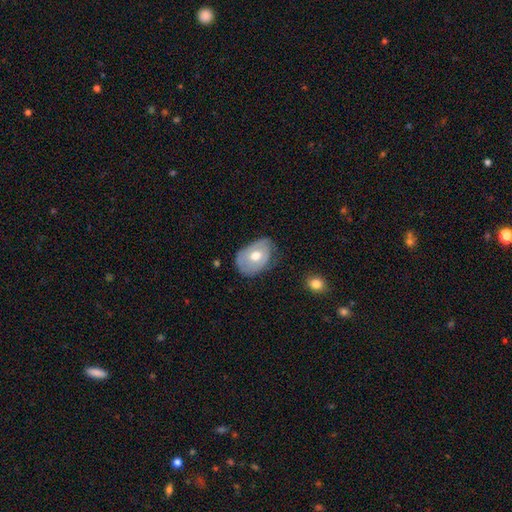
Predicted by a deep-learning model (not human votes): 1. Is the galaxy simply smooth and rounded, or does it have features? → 49% smooth, 44% featured or disk, 7% star or artifact.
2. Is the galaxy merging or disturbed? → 54% none, 35% minor disturbance, 10% major disturbance, 2% merger.